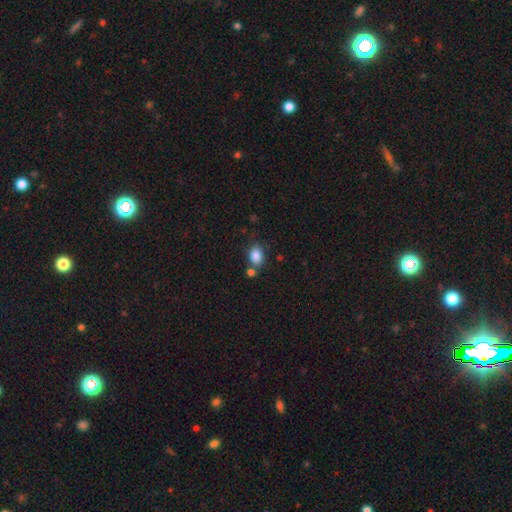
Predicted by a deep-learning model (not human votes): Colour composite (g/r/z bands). It shows a smooth galaxy with no disk features (86%) that is in between round and cigar-shaped (72%). Merging: none (63%).